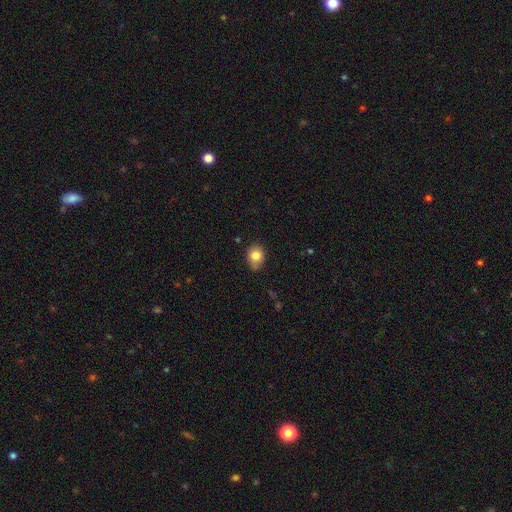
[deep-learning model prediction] smooth_or_featured: smooth (p=0.82) [alt: star or artifact p=0.10]
how_rounded: round (p=0.57) [alt: in between p=0.42]
merging: none (p=0.70) [alt: minor disturbance p=0.24]